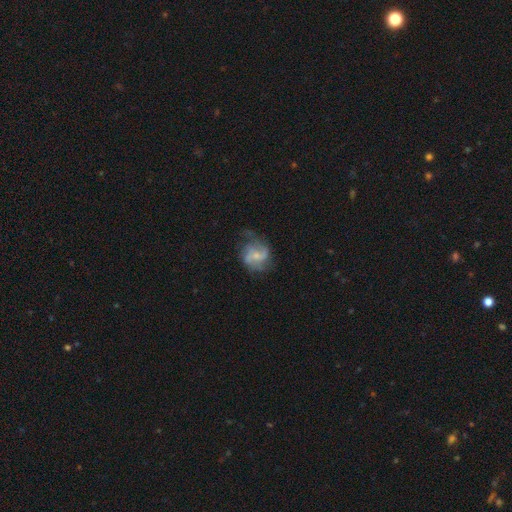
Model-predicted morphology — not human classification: The model was most divided on "bar": weak: 46%, no: 42%, strong: 12%. Remaining: edge-on disk — no (98%); spiral arms — yes (91%); smooth or featured — featured or disk (75%); spiral arm count — 2 (68%); bulge size — small (59%); merging — none (58%); spiral winding — medium (45%).